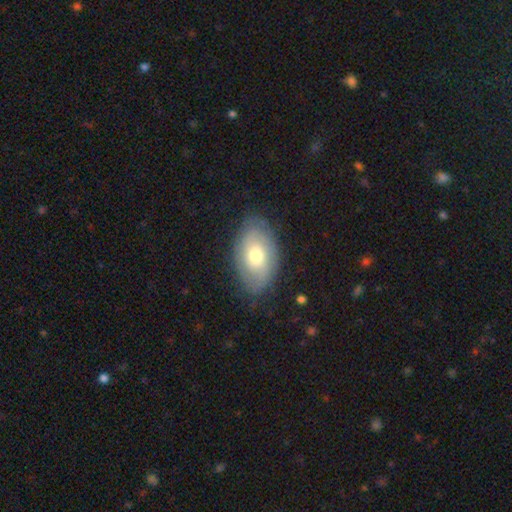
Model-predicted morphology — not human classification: This appears to be a smooth galaxy with no disk features (49%). Merging: none (77%).